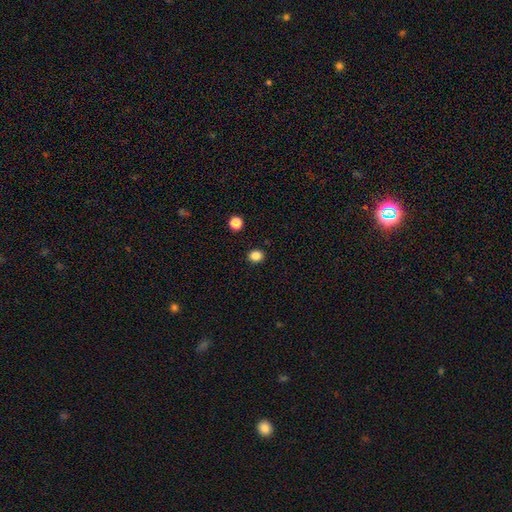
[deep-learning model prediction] Q: Smooth or featured?
A: smooth (85%); runner-up: star or artifact (12%)
Q: How rounded?
A: round (68%); runner-up: in between (31%)
Q: Merging?
A: none (90%); runner-up: minor disturbance (6%)